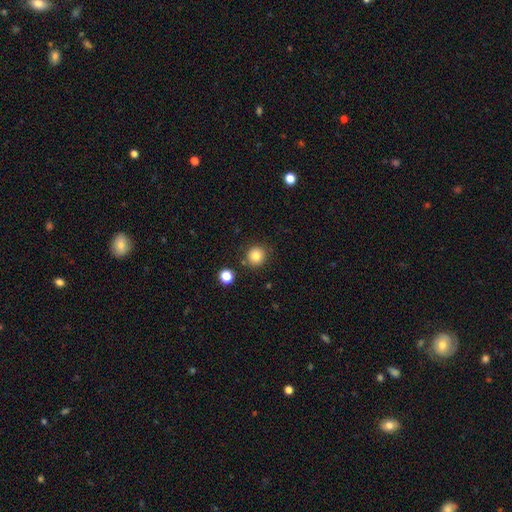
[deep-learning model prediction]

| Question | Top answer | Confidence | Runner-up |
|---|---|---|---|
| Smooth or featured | smooth | 82% | star or artifact (12%) |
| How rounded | round | 93% | in between (7%) |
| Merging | none | 86% | minor disturbance (7%) |